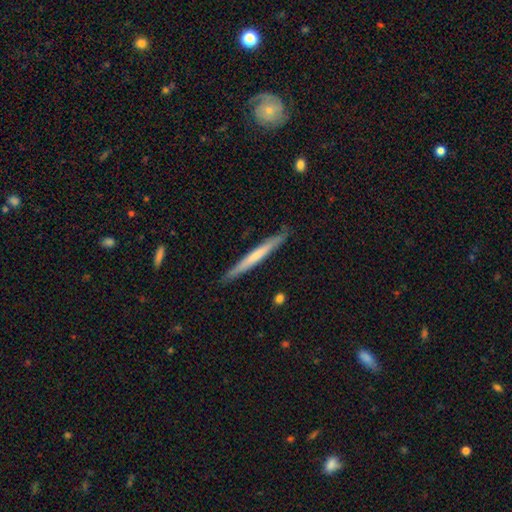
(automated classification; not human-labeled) smooth 51%, featured or disk 44%, star or artifact 5%. Down the decision tree: how rounded — cigar-shaped (97%); merging — none (88%).